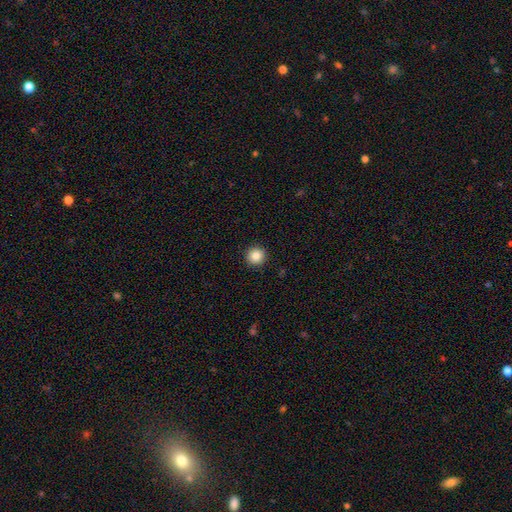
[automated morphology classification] The model was most divided on "smooth or featured": smooth: 86%, star or artifact: 10%, featured or disk: 5%. More confident: how rounded — round (95%); merging — none (92%).